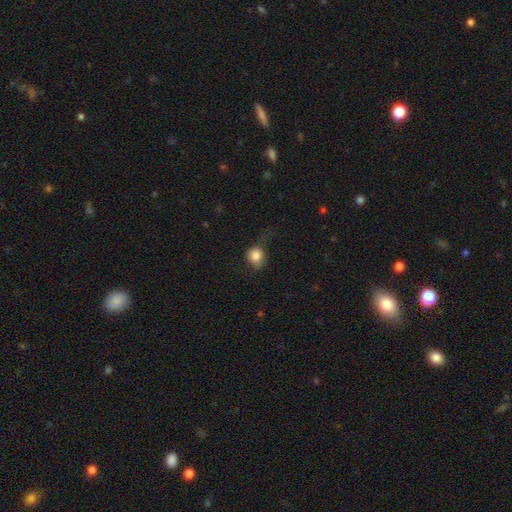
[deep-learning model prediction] Morphology: type=smooth (82%); roundness=round (78%); merging=none (51%).